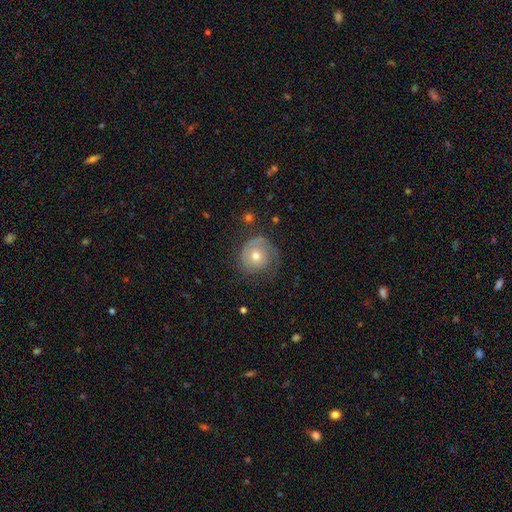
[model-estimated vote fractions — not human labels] The model was most divided on "smooth or featured": featured or disk: 54%, smooth: 39%, star or artifact: 7%. More confident: edge-on disk — no (97%); bar — no (83%); spiral arms — yes (77%); bulge size — moderate (72%); merging — none (62%).